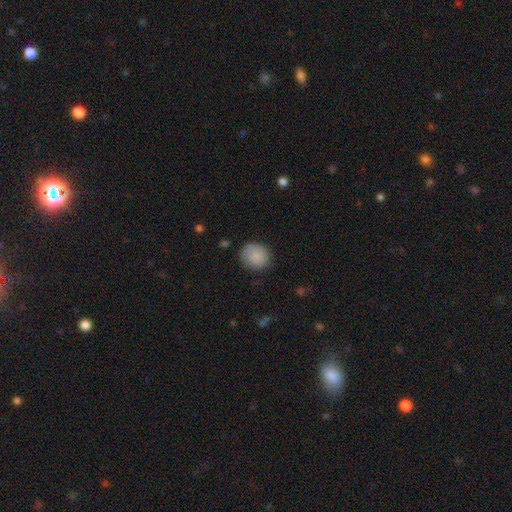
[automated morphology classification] Smooth or featured?
  - smooth: 88% *
  - star or artifact: 7%
  - featured or disk: 5%
How rounded?
  - round: 74% *
  - in between: 25%
  - cigar-shaped: 1%
Merging?
  - none: 83% *
  - minor disturbance: 13%
  - major disturbance: 3%
  - merger: 1%